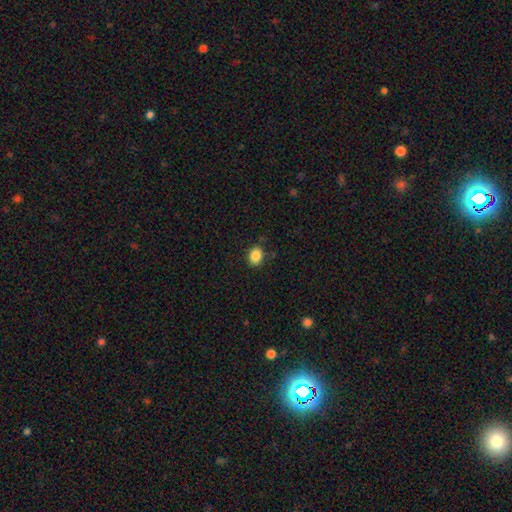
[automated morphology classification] smooth 86%, star or artifact 10%, featured or disk 5%. Down the decision tree: how rounded — in between (53%); merging — none (83%).